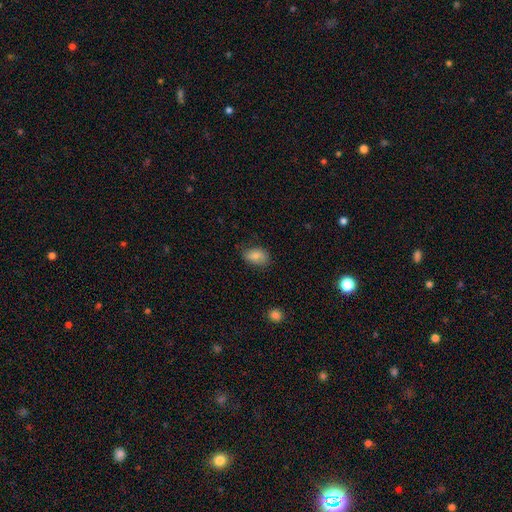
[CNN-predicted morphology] smooth_or_featured: smooth (p=0.83) [alt: featured or disk p=0.09]
how_rounded: in between (p=0.86) [alt: round p=0.12]
merging: none (p=0.73) [alt: minor disturbance p=0.22]